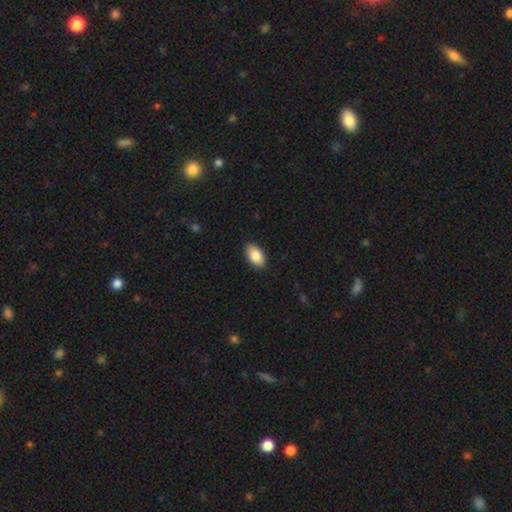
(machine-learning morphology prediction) type=smooth (86%); roundness=in between (92%); merging=none (88%).